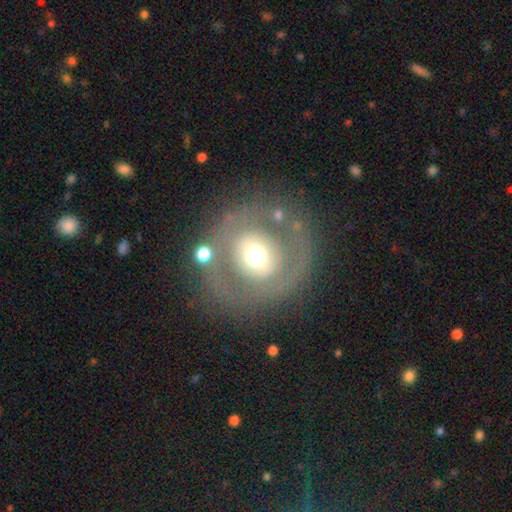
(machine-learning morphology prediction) The model was most divided on "smooth or featured": featured or disk: 46%, smooth: 44%, star or artifact: 10%. More confident: merging — none (69%).